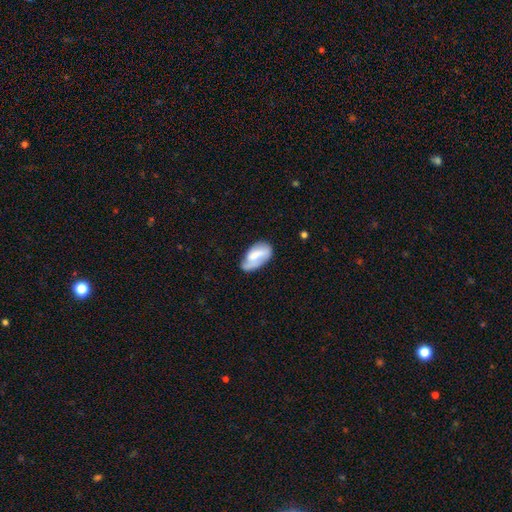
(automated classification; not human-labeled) Q: Smooth or featured?
A: smooth (52%); runner-up: featured or disk (42%)
Q: How rounded?
A: in between (93%); runner-up: cigar-shaped (4%)
Q: Merging?
A: none (47%); runner-up: minor disturbance (34%)